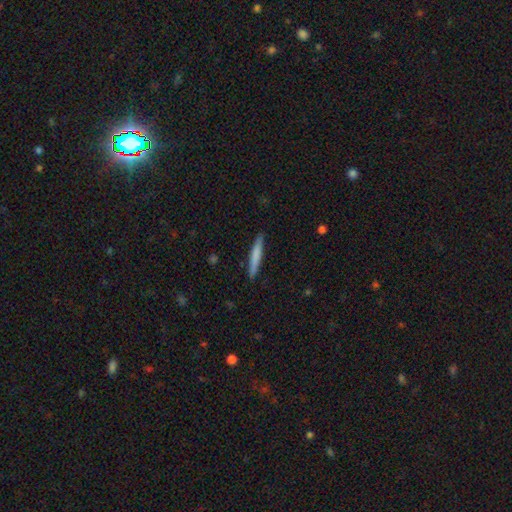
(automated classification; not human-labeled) Smooth or featured: smooth — 72% (featured or disk — 22%)
How rounded: cigar-shaped — 95% (in between — 4%)
Merging: none — 90% (minor disturbance — 8%)